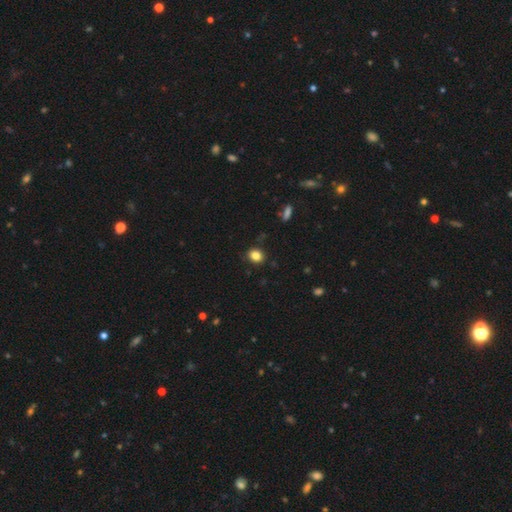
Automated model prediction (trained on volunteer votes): Smooth or featured? Predicted: smooth (p=0.84). How rounded? Predicted: round (p=0.61). Merging? Predicted: none (p=0.86).